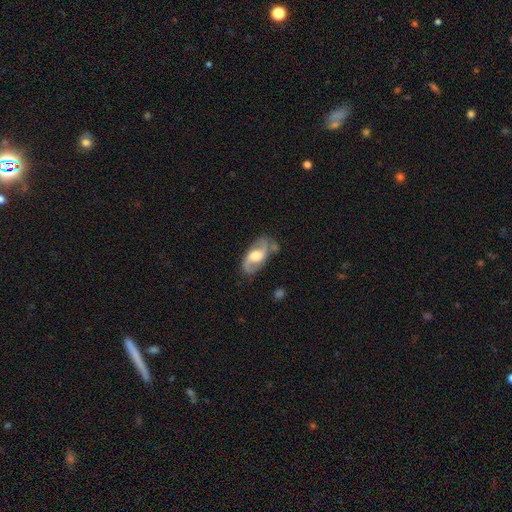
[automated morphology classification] This appears to be a featured or disk galaxy (79%) with a weak bar (45%), 2 (90%) medium (46%) spiral arms (91%) and a moderate central bulge (53%). Merging: none (68%).